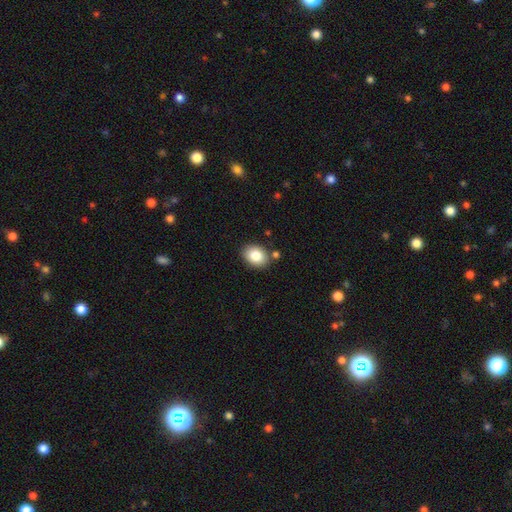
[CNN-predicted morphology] Overall: smooth (84%). How rounded: in between (66%; round 33%). Merging: none (83%).